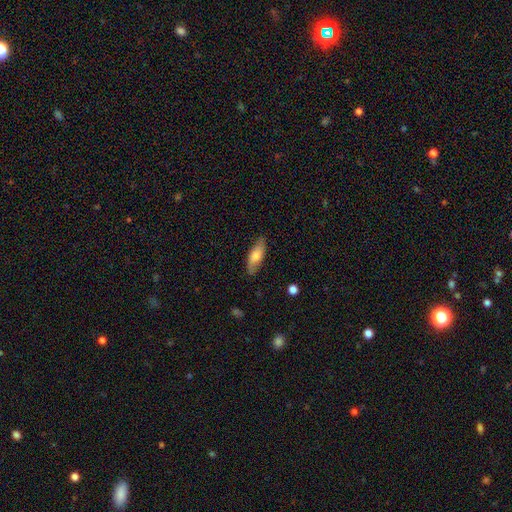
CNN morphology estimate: The model was most divided on "how rounded": in between: 65%, cigar-shaped: 33%, round: 3%. More confident: merging — none (82%); smooth or featured — smooth (68%).